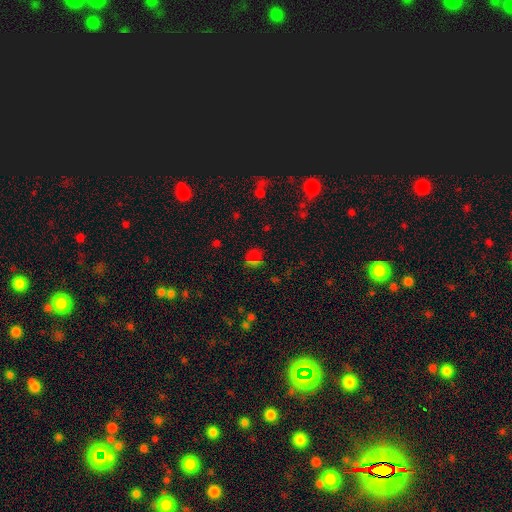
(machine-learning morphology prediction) Smooth or featured? smooth (57%)
How rounded? round (69%)
Merging? none (67%)